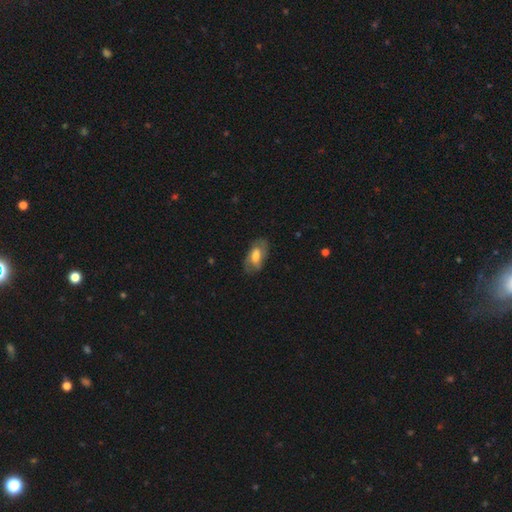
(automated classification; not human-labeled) This is possibly a featured or disk galaxy (47%). Merging: likely none (71%).